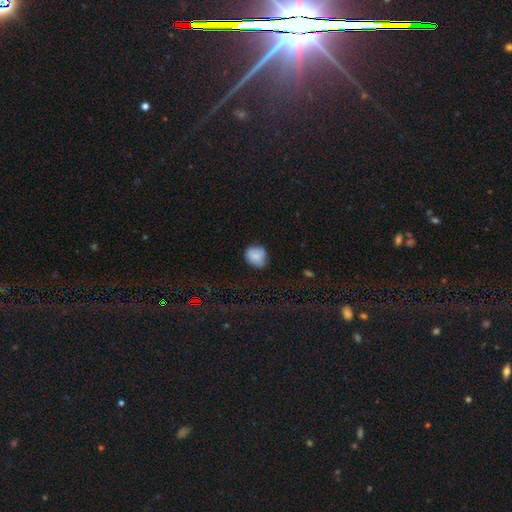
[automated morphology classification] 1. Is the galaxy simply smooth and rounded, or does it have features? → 83% smooth, 9% star or artifact, 8% featured or disk.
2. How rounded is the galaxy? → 71% round, 28% in between, 1% cigar-shaped.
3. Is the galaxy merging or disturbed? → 69% none, 25% minor disturbance, 5% major disturbance, 2% merger.